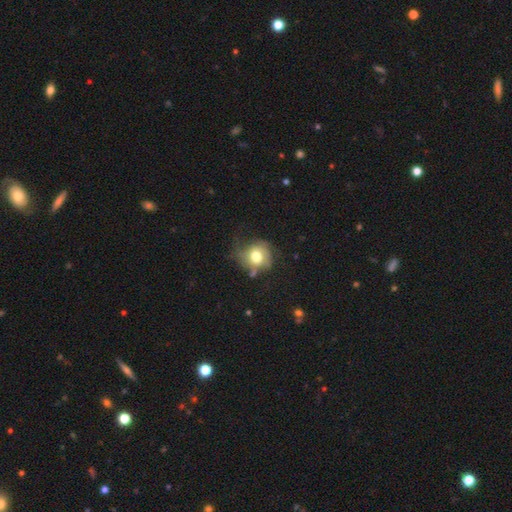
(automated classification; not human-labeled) Morphology: type=smooth (62%); roundness=round (79%); merging=none (47%).